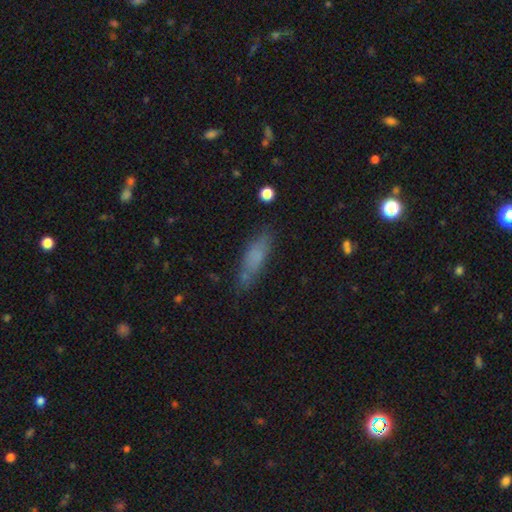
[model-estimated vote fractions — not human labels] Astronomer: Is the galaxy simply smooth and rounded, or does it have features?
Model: smooth — 73%.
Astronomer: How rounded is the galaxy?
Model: cigar-shaped — 52% (runner-up: in between, 46%).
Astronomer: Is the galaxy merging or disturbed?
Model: none — 69%.